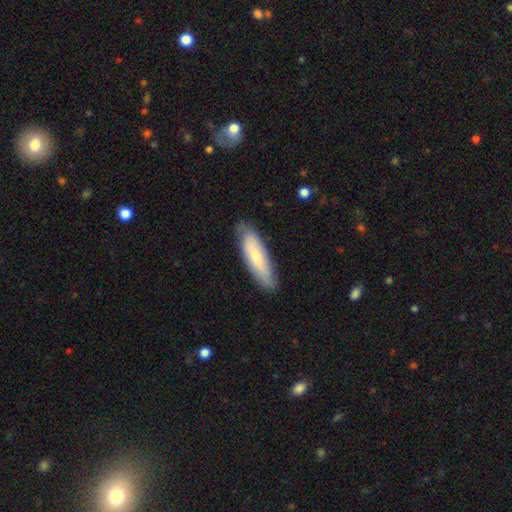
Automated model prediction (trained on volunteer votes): A smooth galaxy with no disk features (70%) that is cigar-shaped (61%). Merging: none (79%).